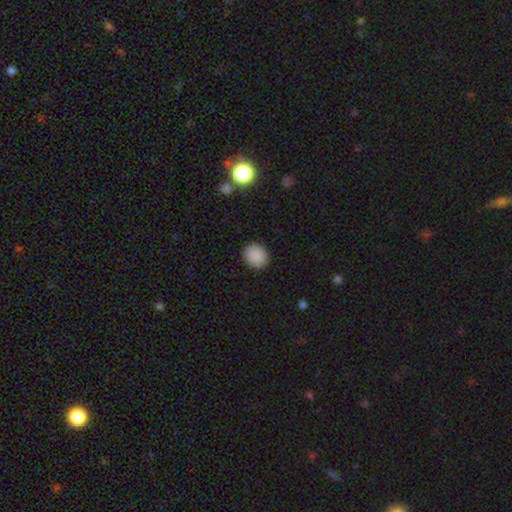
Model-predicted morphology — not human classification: Q: Smooth or featured?
A: smooth (88%); runner-up: star or artifact (9%)
Q: How rounded?
A: round (62%); runner-up: in between (37%)
Q: Merging?
A: none (89%); runner-up: minor disturbance (8%)